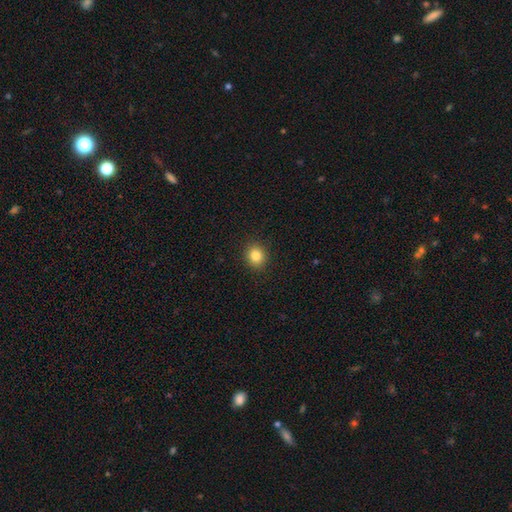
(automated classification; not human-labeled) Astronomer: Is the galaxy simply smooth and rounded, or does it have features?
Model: smooth — 83%.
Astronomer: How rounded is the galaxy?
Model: round — 76%.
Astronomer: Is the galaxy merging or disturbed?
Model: none — 91%.